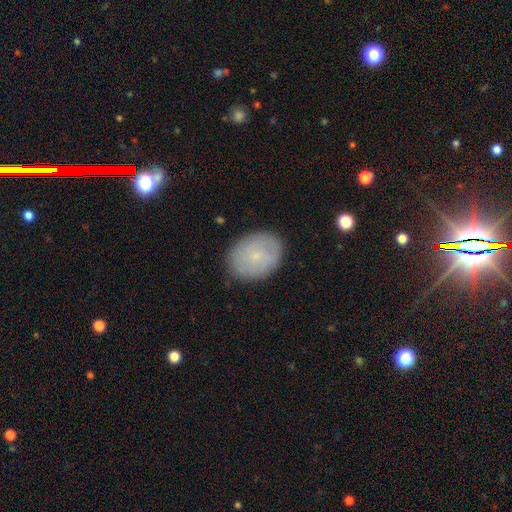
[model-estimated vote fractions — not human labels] smooth-or-featured: smooth: 67% | featured or disk: 24% | star or artifact: 9%
  how-rounded: in between: 64% | round: 35% | cigar-shaped: 1%
  merging: none: 85% | minor disturbance: 11% | major disturbance: 3% | merger: 1%